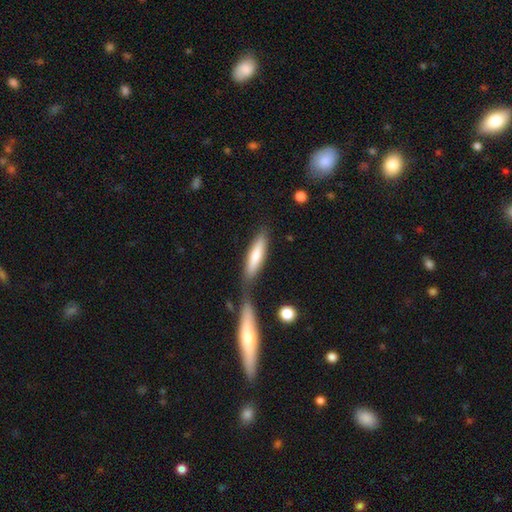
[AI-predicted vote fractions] A smooth galaxy with no disk features (76%) that is cigar-shaped (73%).

Vote fractions:
- Smooth or featured? smooth: 76% / featured or disk: 19% / star or artifact: 6%
- How rounded? cigar-shaped: 73% / in between: 25% / round: 2%
- Merging? none: 55% / merger: 24% / minor disturbance: 15% / major disturbance: 6%